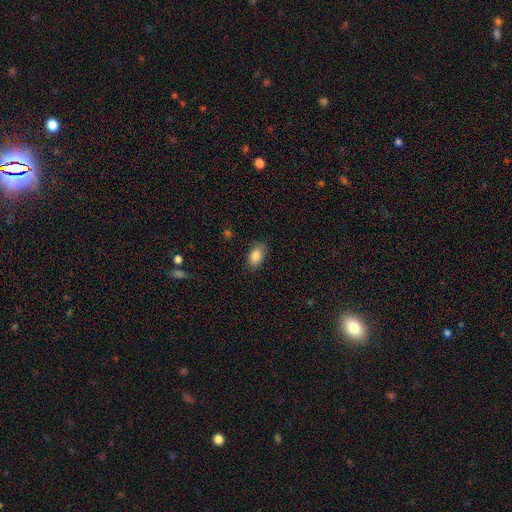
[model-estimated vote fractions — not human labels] Smooth or featured? Predicted: smooth (p=0.85). How rounded? Predicted: in between (p=0.91). Merging? Predicted: none (p=0.83).